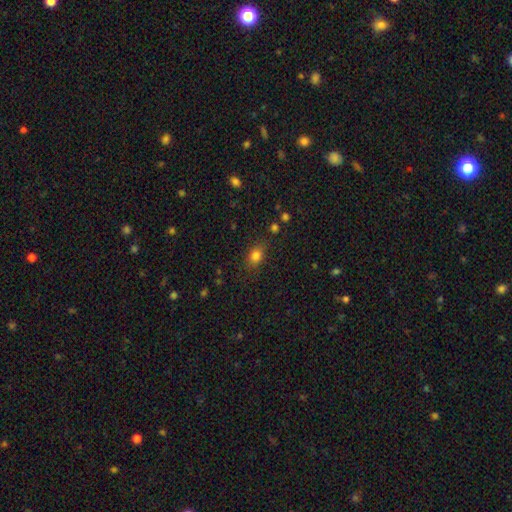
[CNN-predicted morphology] type=smooth (80%); roundness=in between (65%); merging=none (80%).